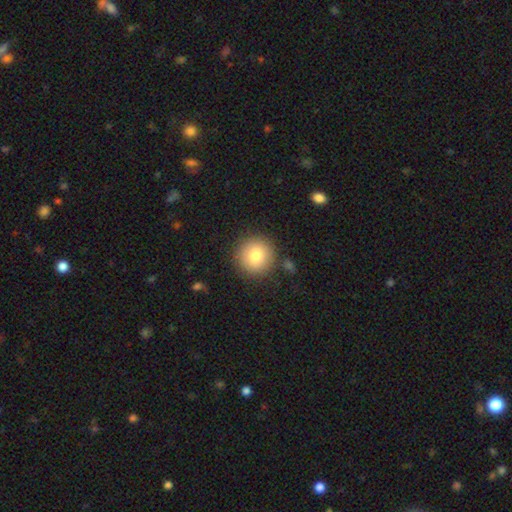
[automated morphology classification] Overall: smooth (81%). How rounded: round (90%). Merging: none (86%).